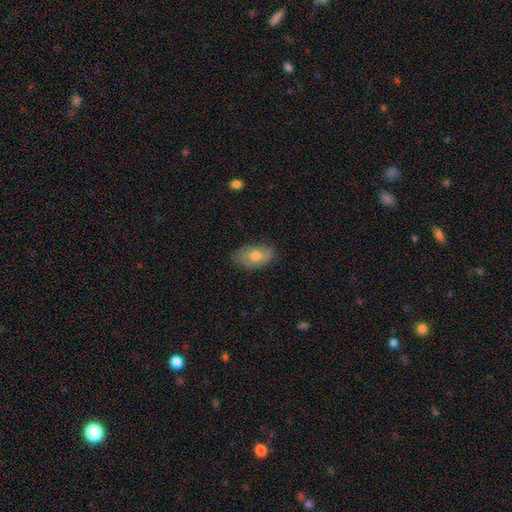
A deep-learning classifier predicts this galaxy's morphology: This is likely a smooth galaxy (64%). How rounded: clearly in between (92%). Merging: likely none (79%).